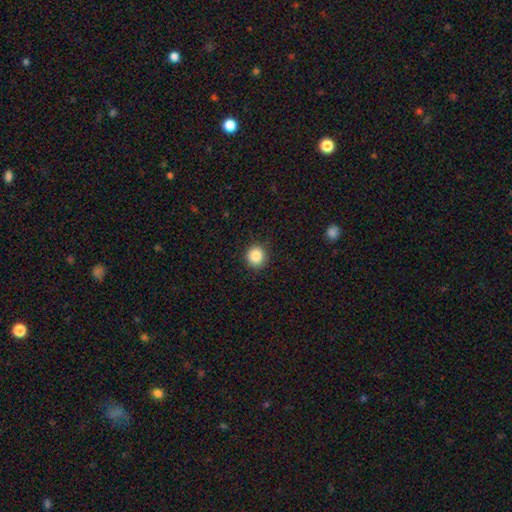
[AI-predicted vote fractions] Overall: smooth (86%). How rounded: round (91%). Merging: none (90%).